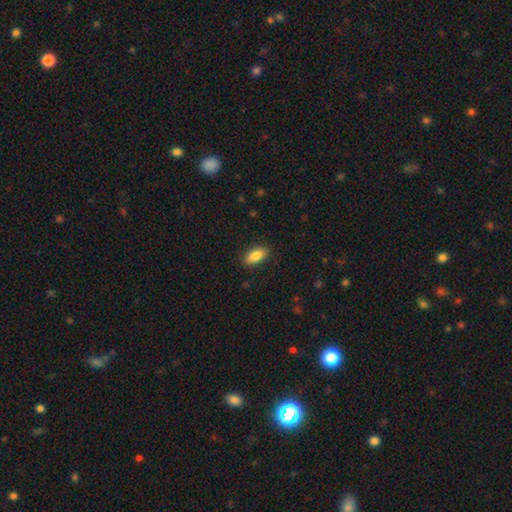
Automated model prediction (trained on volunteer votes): This appears to be a smooth galaxy with no disk features (87%) that is in between round and cigar-shaped (90%). Merging: none (87%).